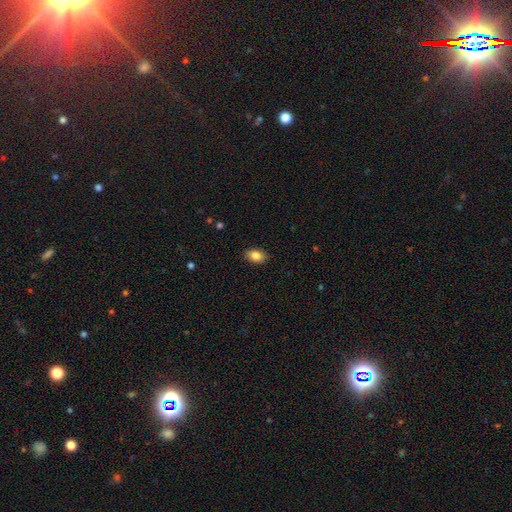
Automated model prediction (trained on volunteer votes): smooth-or-featured: smooth: 86% | star or artifact: 8% | featured or disk: 6%
  how-rounded: in between: 83% | round: 16% | cigar-shaped: 1%
  merging: none: 87% | minor disturbance: 9% | major disturbance: 2% | merger: 1%